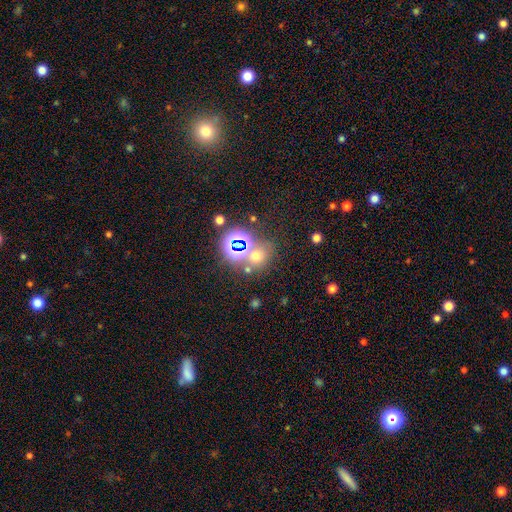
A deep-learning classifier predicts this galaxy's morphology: Q: Smooth or featured?
A: smooth (51%); runner-up: star or artifact (40%)
Q: How rounded?
A: round (75%); runner-up: in between (24%)
Q: Merging?
A: none (66%); runner-up: merger (18%)